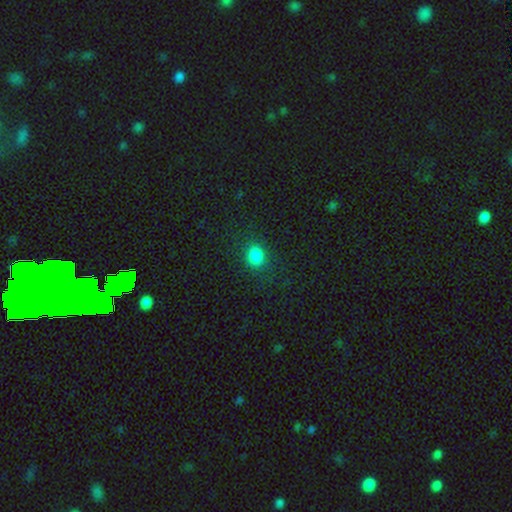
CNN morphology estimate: Q: Smooth or featured?
A: smooth (82%); runner-up: star or artifact (14%)
Q: How rounded?
A: round (59%); runner-up: in between (39%)
Q: Merging?
A: none (84%); runner-up: minor disturbance (10%)